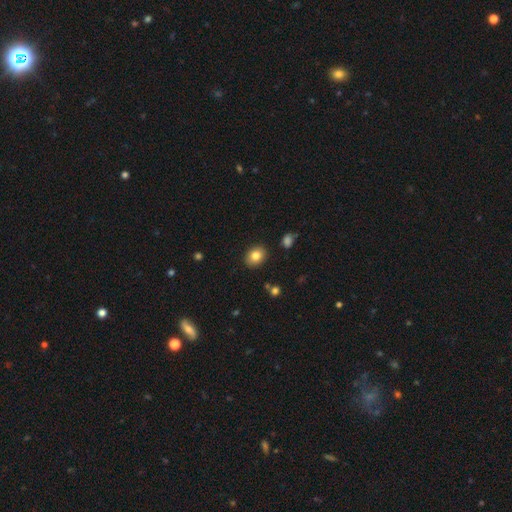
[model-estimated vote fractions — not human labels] Smooth or featured: smooth — 82% (star or artifact — 10%)
How rounded: round — 52% (in between — 48%)
Merging: none — 88% (minor disturbance — 8%)